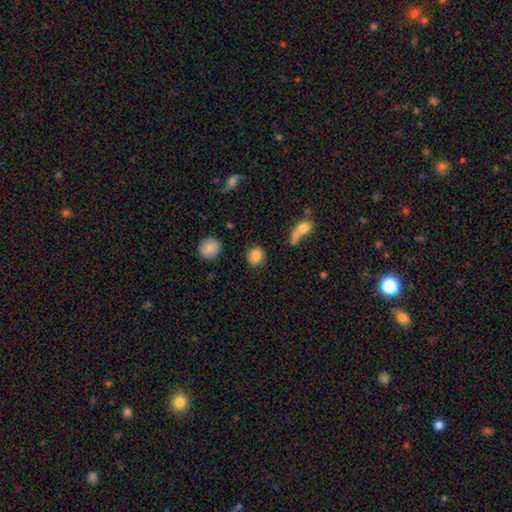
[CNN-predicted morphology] A smooth galaxy with no disk features (84%) that is round (73%). Merging: none (82%).